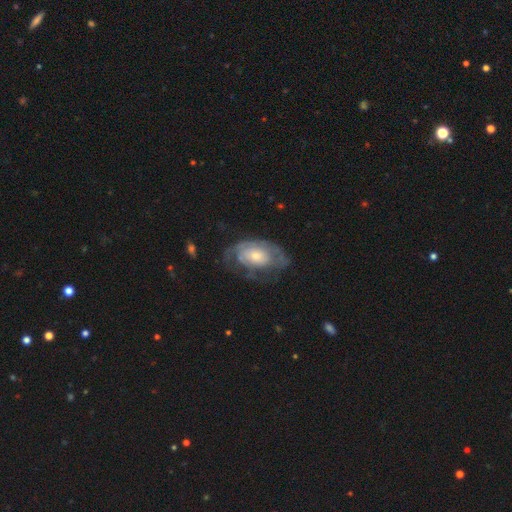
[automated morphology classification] The model was most divided on "bulge size": small: 51%, moderate: 42%, large: 5%, none: 2%, dominant: 1%. More confident: edge-on disk — no (94%); bar — no (80%); smooth or featured — featured or disk (71%); spiral arms — yes (70%); merging — none (58%).